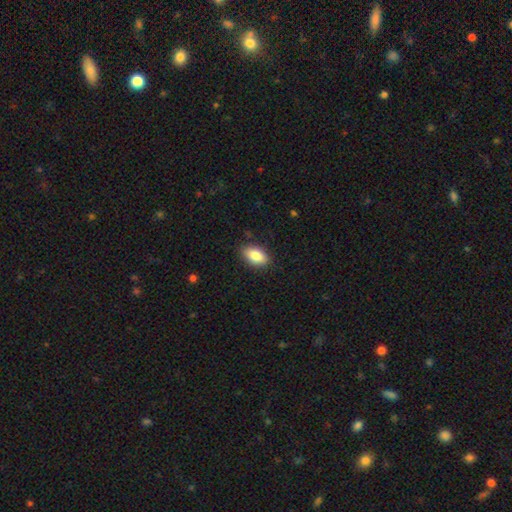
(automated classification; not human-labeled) Smooth or featured? Predicted: smooth (p=0.86). How rounded? Predicted: in between (p=0.91). Merging? Predicted: none (p=0.86).